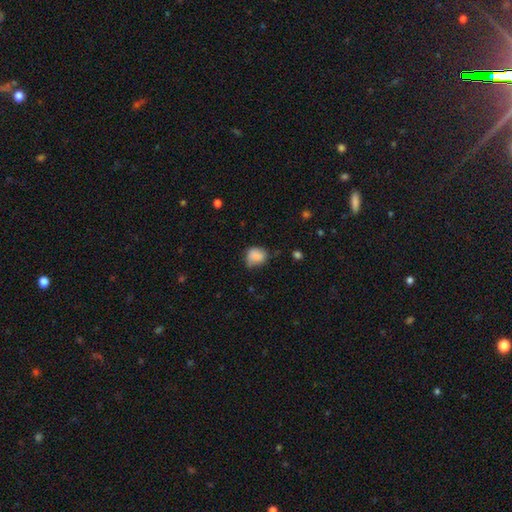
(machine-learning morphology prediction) Q: Smooth or featured?
A: smooth (84%); runner-up: star or artifact (9%)
Q: How rounded?
A: round (58%); runner-up: in between (41%)
Q: Merging?
A: none (54%); runner-up: minor disturbance (34%)